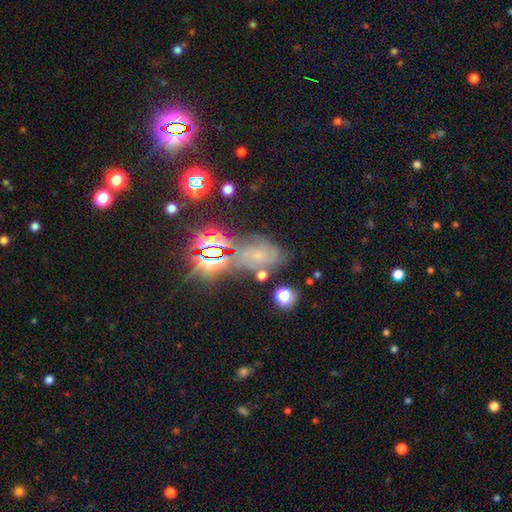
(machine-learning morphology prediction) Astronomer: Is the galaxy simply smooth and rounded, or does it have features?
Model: star or artifact — 51% (runner-up: featured or disk, 27%).